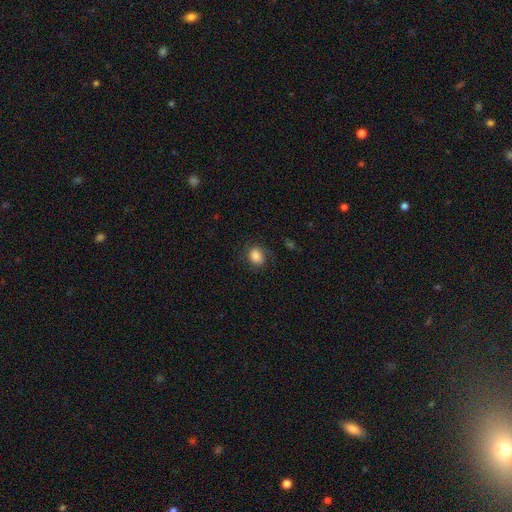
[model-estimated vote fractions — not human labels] A smooth galaxy with no disk features (80%) that is round (59%).

Vote fractions:
- Smooth or featured? smooth: 80% / featured or disk: 10% / star or artifact: 9%
- How rounded? round: 59% / in between: 40% / cigar-shaped: 1%
- Merging? none: 70% / minor disturbance: 18% / major disturbance: 10% / merger: 1%